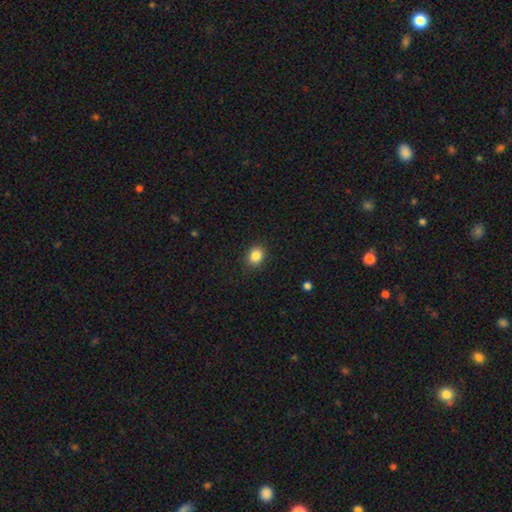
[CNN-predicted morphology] This appears to be a smooth galaxy with no disk features (85%) that is round (63%). Merging: none (88%).